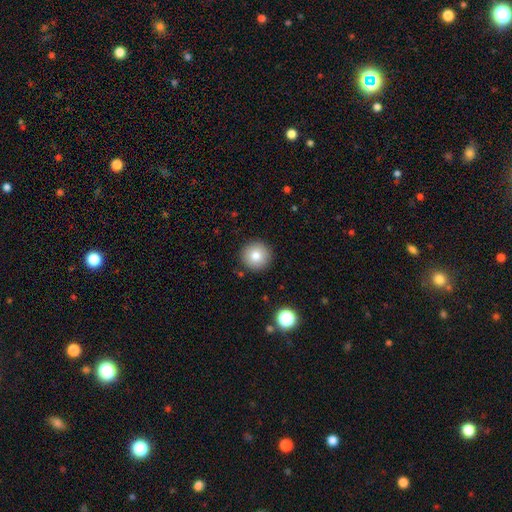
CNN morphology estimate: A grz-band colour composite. It shows a smooth galaxy with no disk features (80%) that is round (96%). Merging: none (91%).